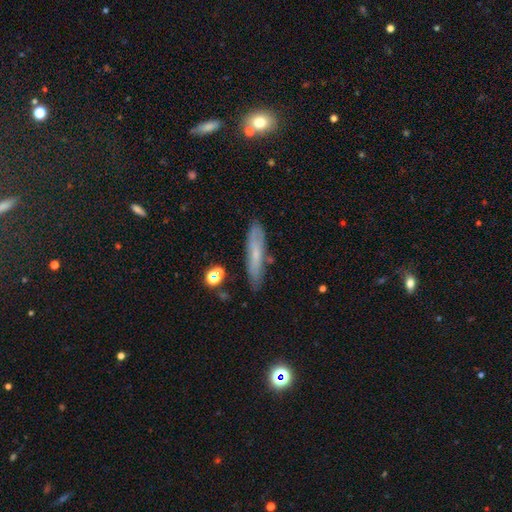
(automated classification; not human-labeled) This is marginally a featured or disk galaxy (44%). Merging: likely none (79%).